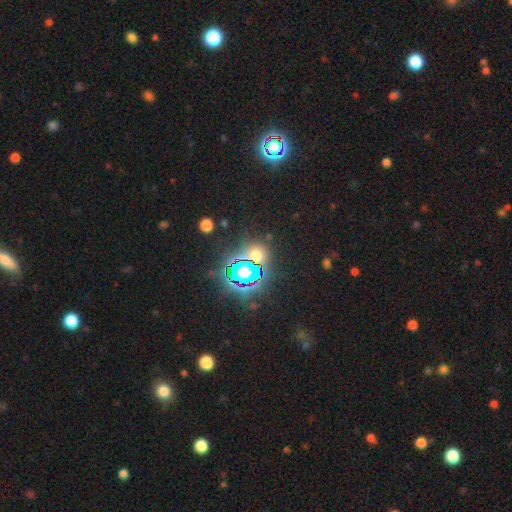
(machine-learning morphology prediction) type=star or artifact (60%).